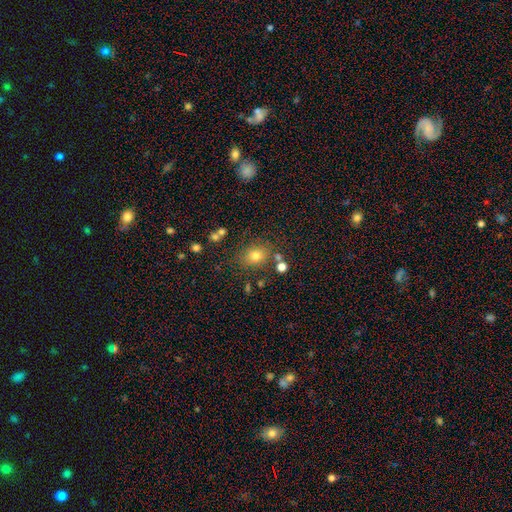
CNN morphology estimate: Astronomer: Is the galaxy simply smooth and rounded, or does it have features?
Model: smooth — 74%.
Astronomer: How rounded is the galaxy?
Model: round — 52% (runner-up: in between, 47%).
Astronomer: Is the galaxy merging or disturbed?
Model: none — 75%.